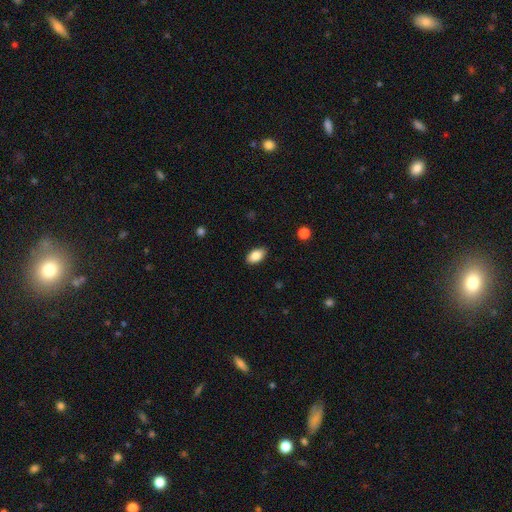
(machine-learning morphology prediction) A smooth galaxy with no disk features (86%) that is in between round and cigar-shaped (92%).

Vote fractions:
- Smooth or featured? smooth: 86% / star or artifact: 7% / featured or disk: 7%
- How rounded? in between: 92% / round: 6% / cigar-shaped: 2%
- Merging? none: 87% / minor disturbance: 10% / major disturbance: 2% / merger: 1%